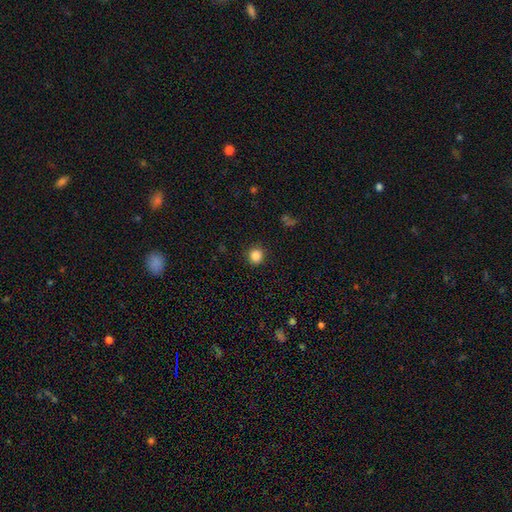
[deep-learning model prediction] Overall: smooth (85%). How rounded: round (89%). Merging: none (90%).